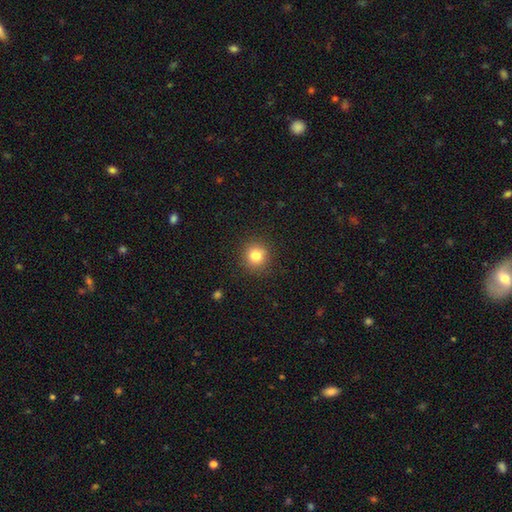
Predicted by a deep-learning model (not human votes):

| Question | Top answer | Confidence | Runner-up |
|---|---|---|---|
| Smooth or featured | smooth | 82% | star or artifact (12%) |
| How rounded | round | 92% | in between (7%) |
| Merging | none | 90% | minor disturbance (6%) |